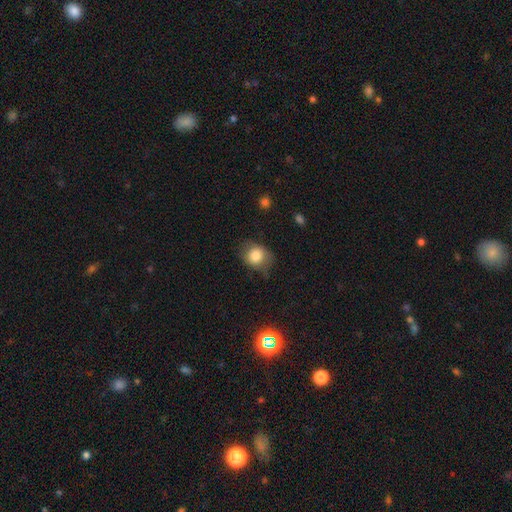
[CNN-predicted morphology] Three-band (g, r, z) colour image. It shows a smooth galaxy with no disk features (80%) that is round (62%). Merging: none (60%).